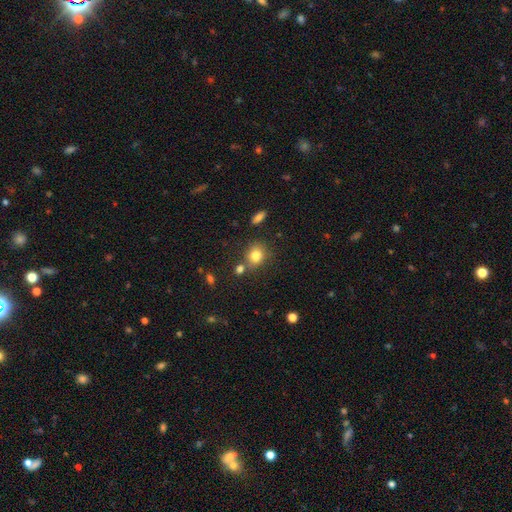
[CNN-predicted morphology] Smooth or featured?
  - smooth: 80% *
  - star or artifact: 12%
  - featured or disk: 8%
How rounded?
  - round: 68% *
  - in between: 31%
  - cigar-shaped: 1%
Merging?
  - none: 67% *
  - merger: 15%
  - minor disturbance: 14%
  - major disturbance: 4%